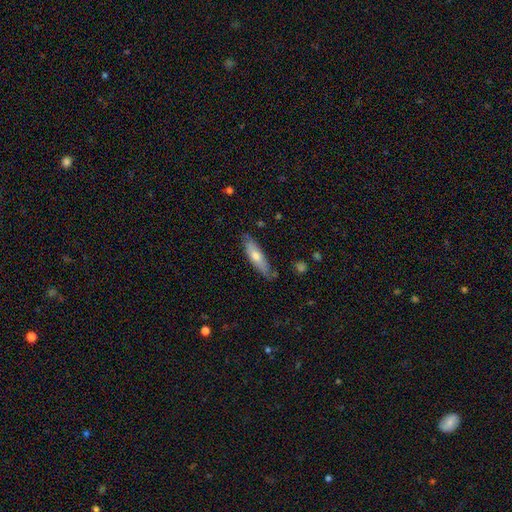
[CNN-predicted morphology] Smooth or featured?
  - smooth: 60% *
  - featured or disk: 34%
  - star or artifact: 6%
How rounded?
  - cigar-shaped: 66% *
  - in between: 32%
  - round: 2%
Merging?
  - none: 77% *
  - minor disturbance: 18%
  - major disturbance: 3%
  - merger: 2%